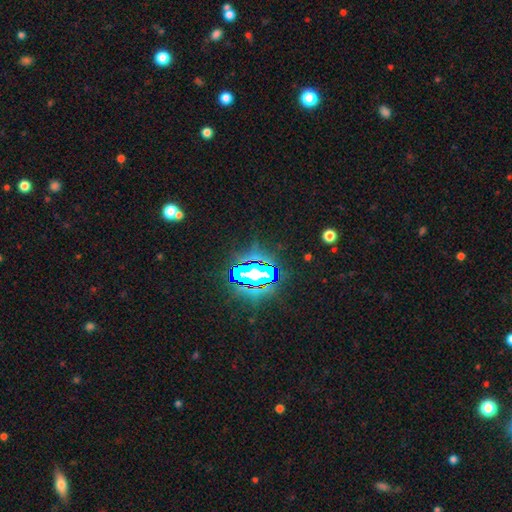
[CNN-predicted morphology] smooth_or_featured: star or artifact (p=0.83) [alt: smooth p=0.10]